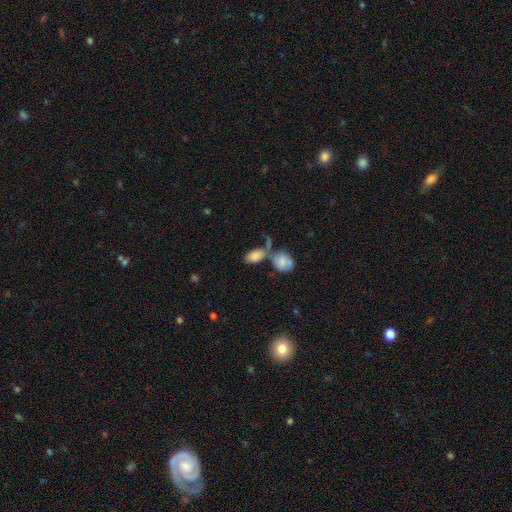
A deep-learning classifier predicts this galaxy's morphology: smooth-or-featured: smooth: 81% | featured or disk: 12% | star or artifact: 7%
  how-rounded: in between: 90% | round: 7% | cigar-shaped: 2%
  merging: merger: 42% | none: 36% | minor disturbance: 14% | major disturbance: 8%